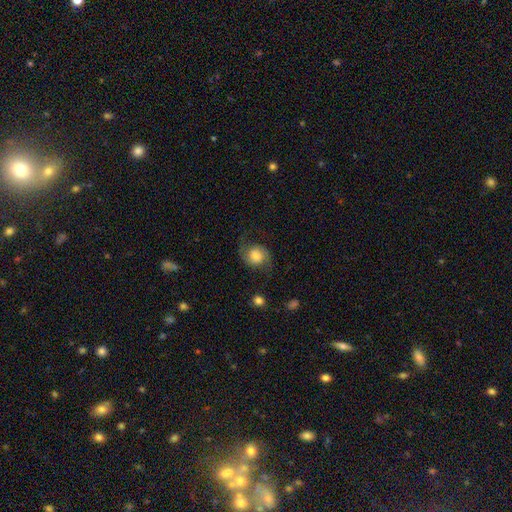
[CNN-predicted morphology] smooth-or-featured: featured or disk: 47% | smooth: 44% | star or artifact: 9%
  merging: none: 66% | minor disturbance: 20% | major disturbance: 13% | merger: 2%